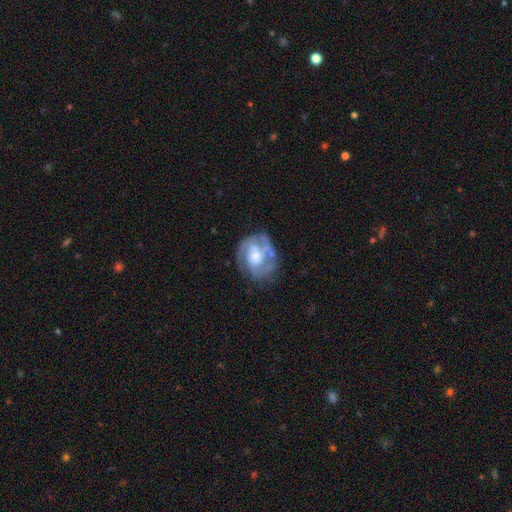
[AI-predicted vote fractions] Smooth or featured? Predicted: featured or disk (p=0.74). Edge-on disk? Predicted: no (p=0.98). Bar? Predicted: no (p=0.67). Spiral arms? Predicted: yes (p=0.78). Spiral winding? Predicted: tight (p=0.46). Spiral arm count? Predicted: 2 (p=0.35). Bulge size? Predicted: moderate (p=0.51). Merging? Predicted: none (p=0.58).